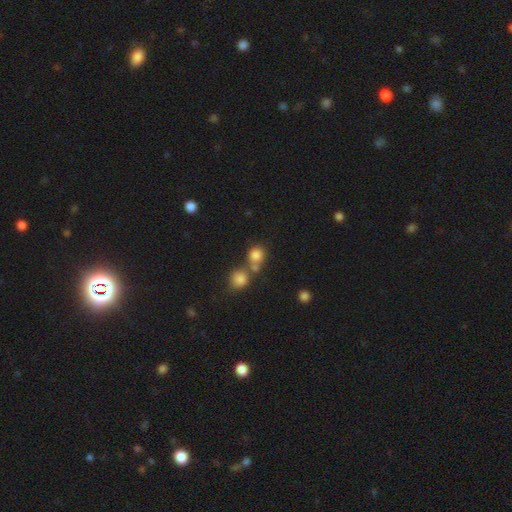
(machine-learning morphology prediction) Q: Smooth or featured?
A: smooth (80%); runner-up: star or artifact (12%)
Q: How rounded?
A: round (81%); runner-up: in between (17%)
Q: Merging?
A: none (47%); runner-up: merger (40%)